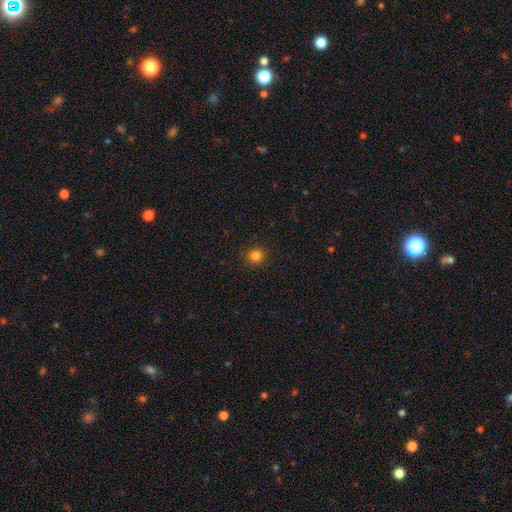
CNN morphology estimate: Smooth or featured? Predicted: smooth (p=0.82). How rounded? Predicted: round (p=0.89). Merging? Predicted: none (p=0.91).